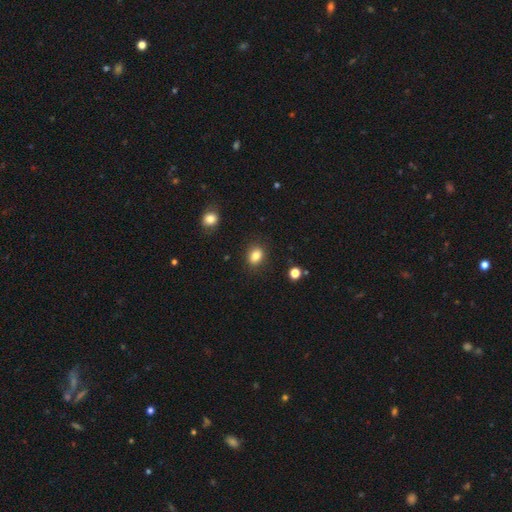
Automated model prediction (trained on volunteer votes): Smooth or featured: smooth — 83% (star or artifact — 10%)
How rounded: in between — 62% (round — 36%)
Merging: none — 85% (minor disturbance — 10%)